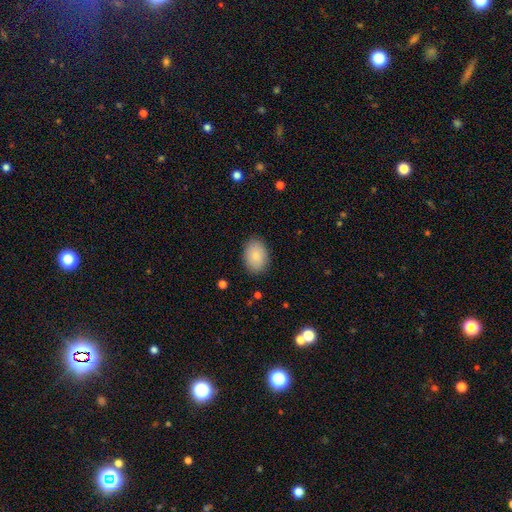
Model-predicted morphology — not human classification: The model was most divided on "how rounded": in between: 81%, round: 18%, cigar-shaped: 1%. More confident: merging — none (87%); smooth or featured — smooth (86%).